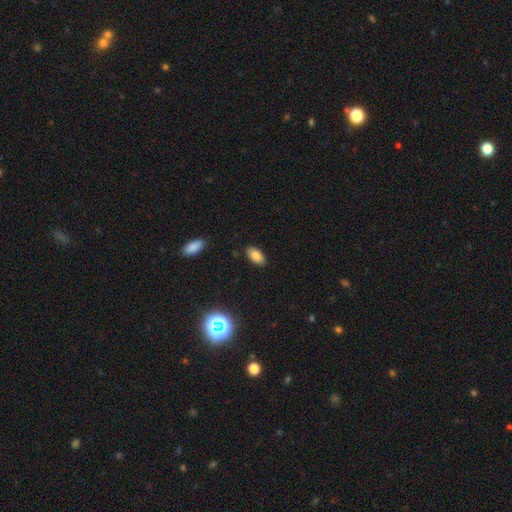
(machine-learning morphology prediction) Smooth or featured: smooth — 81% (star or artifact — 10%)
How rounded: in between — 93% (cigar-shaped — 4%)
Merging: none — 87% (minor disturbance — 9%)